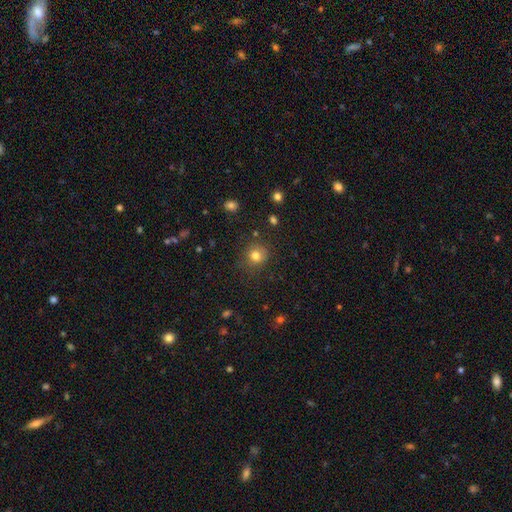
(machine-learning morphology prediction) This is likely a smooth galaxy (79%). How rounded: clearly round (86%). Merging: clearly none (82%).